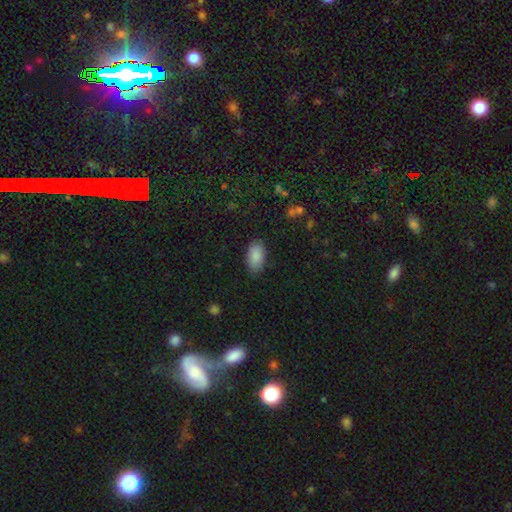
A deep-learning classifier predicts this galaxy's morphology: A smooth galaxy with no disk features (89%) that is in between round and cigar-shaped (94%).

Vote fractions:
- Smooth or featured? smooth: 89% / star or artifact: 7% / featured or disk: 4%
- How rounded? in between: 94% / round: 3% / cigar-shaped: 2%
- Merging? none: 84% / minor disturbance: 12% / major disturbance: 3% / merger: 1%